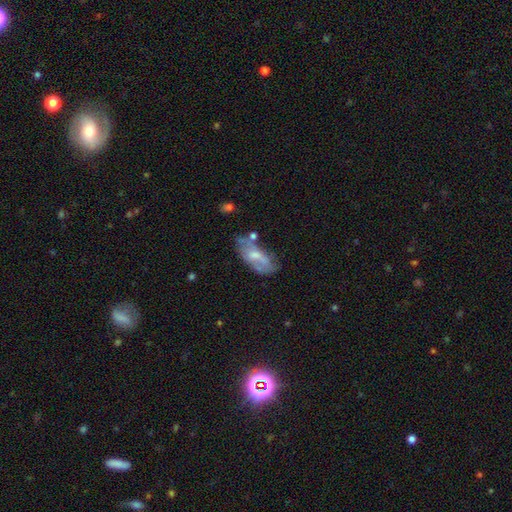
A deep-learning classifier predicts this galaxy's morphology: This is possibly a featured or disk galaxy (49%). Merging: marginally none (42%).